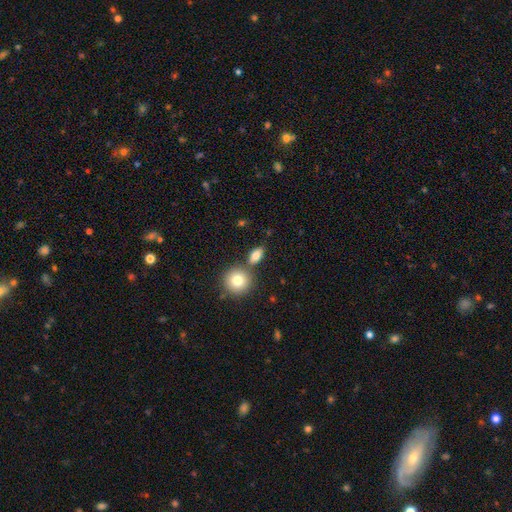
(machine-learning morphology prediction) Q: Smooth or featured?
A: smooth (81%); runner-up: featured or disk (10%)
Q: How rounded?
A: in between (76%); runner-up: round (20%)
Q: Merging?
A: none (70%); runner-up: merger (15%)